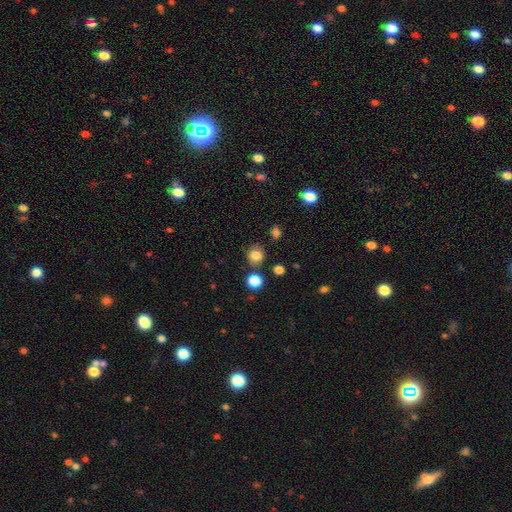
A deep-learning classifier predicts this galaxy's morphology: type=smooth (81%); roundness=round (78%); merging=none (78%).